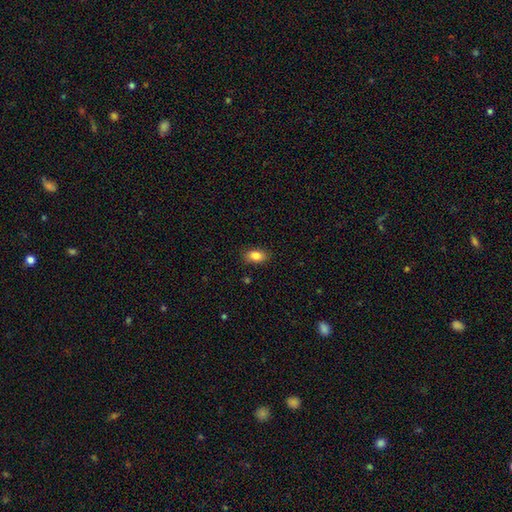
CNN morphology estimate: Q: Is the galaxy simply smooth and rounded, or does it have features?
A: smooth — 85%.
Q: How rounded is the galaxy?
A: in between — 88%.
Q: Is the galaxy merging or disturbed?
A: none — 87%.